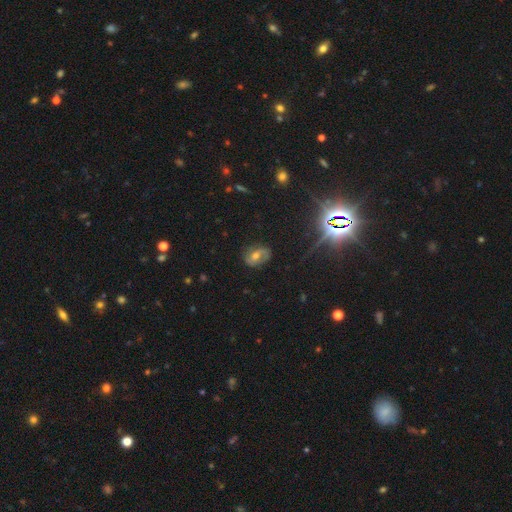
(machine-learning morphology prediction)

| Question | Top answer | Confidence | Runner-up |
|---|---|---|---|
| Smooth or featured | featured or disk | 48% | smooth (35%) |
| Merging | none | 71% | minor disturbance (20%) |